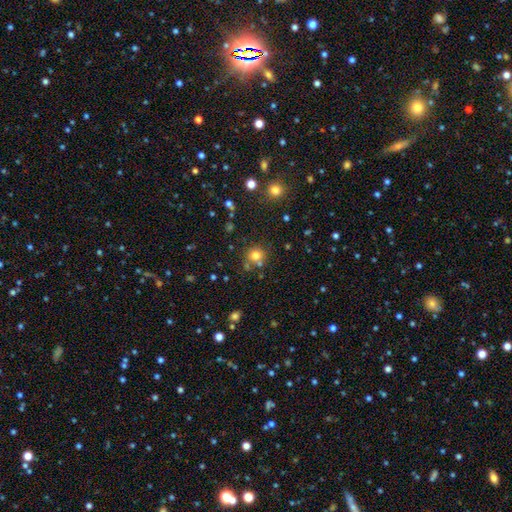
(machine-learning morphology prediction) Smooth or featured? Predicted: smooth (p=0.76). How rounded? Predicted: round (p=0.90). Merging? Predicted: none (p=0.74).